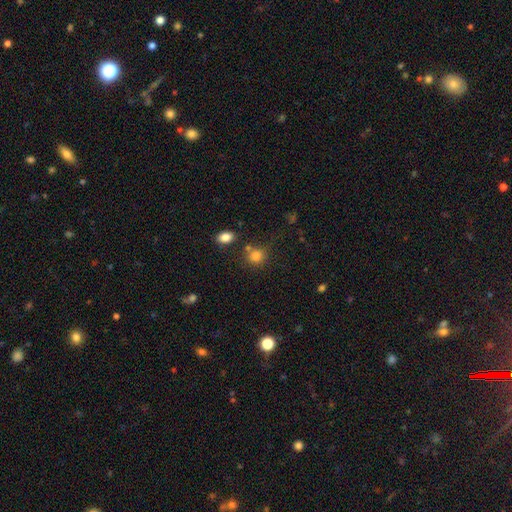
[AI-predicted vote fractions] Q: Smooth or featured?
A: smooth (81%); runner-up: star or artifact (12%)
Q: How rounded?
A: round (76%); runner-up: in between (22%)
Q: Merging?
A: none (66%); runner-up: merger (16%)